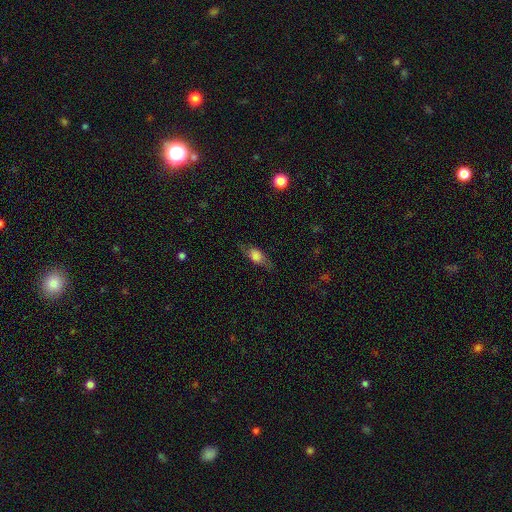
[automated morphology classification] Smooth or featured?
  - smooth: 60% *
  - featured or disk: 31%
  - star or artifact: 9%
How rounded?
  - in between: 67% *
  - cigar-shaped: 24%
  - round: 9%
Merging?
  - none: 72% *
  - minor disturbance: 19%
  - major disturbance: 8%
  - merger: 1%